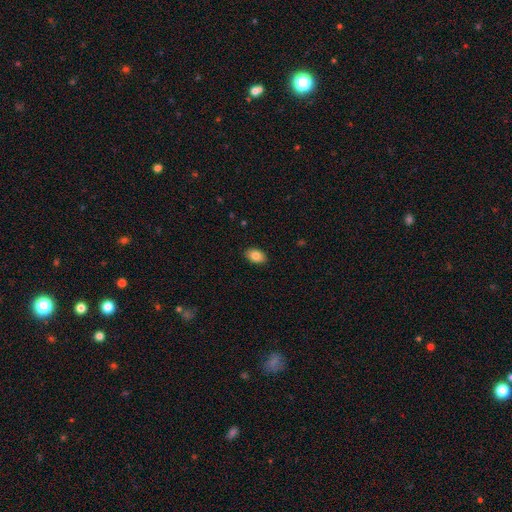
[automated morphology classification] type=smooth (84%); roundness=in between (86%); merging=none (89%).